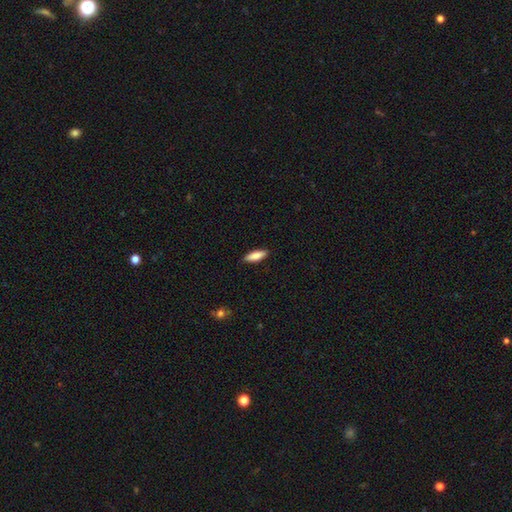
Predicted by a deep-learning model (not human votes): Smooth or featured? smooth (83%)
How rounded? in between (55%)
Merging? none (89%)